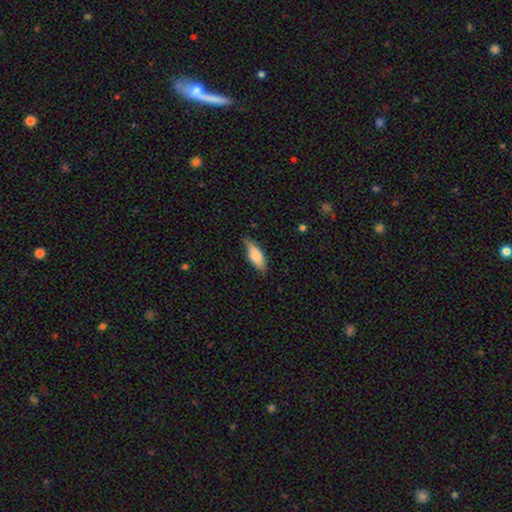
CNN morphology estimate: smooth-or-featured: smooth: 74% | featured or disk: 21% | star or artifact: 6%
  how-rounded: in between: 66% | cigar-shaped: 32% | round: 2%
  merging: none: 75% | minor disturbance: 20% | major disturbance: 3% | merger: 1%